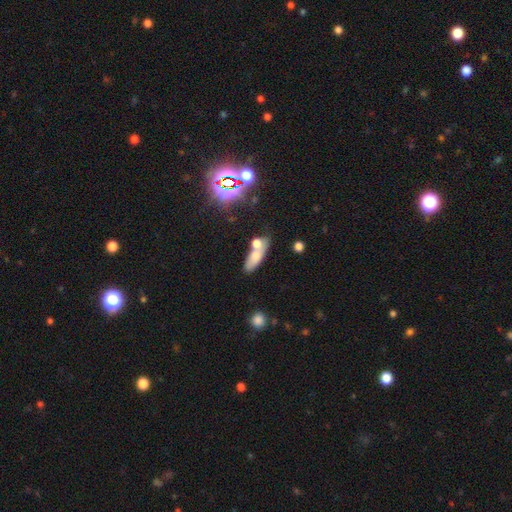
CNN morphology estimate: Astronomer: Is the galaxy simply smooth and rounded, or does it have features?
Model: smooth — 64%.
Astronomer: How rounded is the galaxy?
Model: in between — 61%.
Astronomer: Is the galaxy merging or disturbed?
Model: none — 44% (runner-up: merger, 37%).